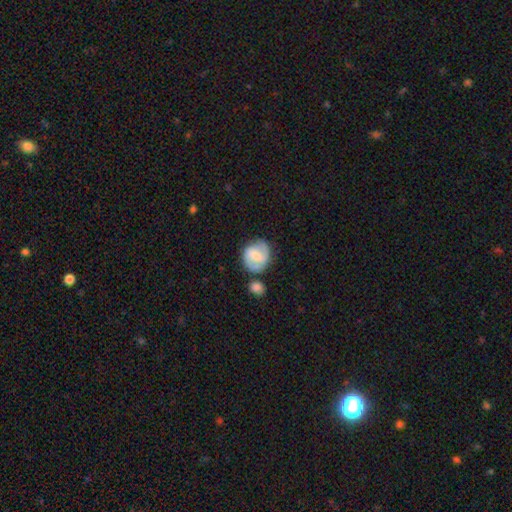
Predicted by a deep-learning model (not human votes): smooth_or_featured: featured or disk (p=0.56) [alt: smooth p=0.38]
disk_edge_on: no (p=0.97) [alt: yes p=0.03]
bar: weak (p=0.49) [alt: strong p=0.27]
has_spiral_arms: yes (p=0.83) [alt: no p=0.17]
bulge_size: small (p=0.43) [alt: moderate p=0.39]
merging: none (p=0.62) [alt: minor disturbance p=0.18]